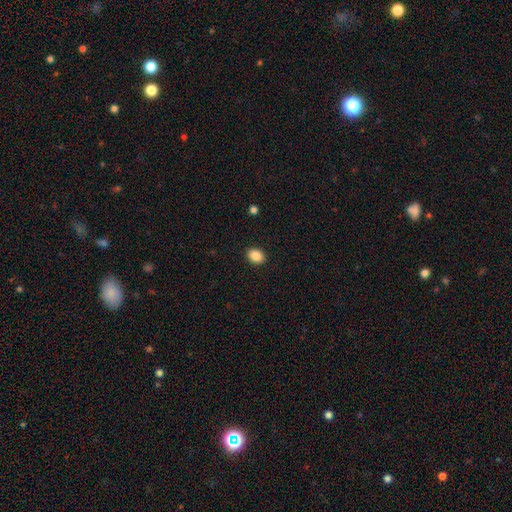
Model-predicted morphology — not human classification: type=smooth (87%); roundness=in between (62%); merging=none (91%).